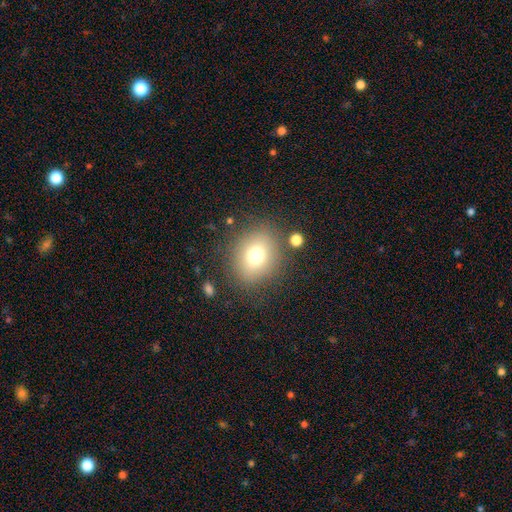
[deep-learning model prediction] Smooth or featured: smooth — 74% (featured or disk — 13%)
How rounded: round — 66% (in between — 33%)
Merging: none — 81% (minor disturbance — 11%)